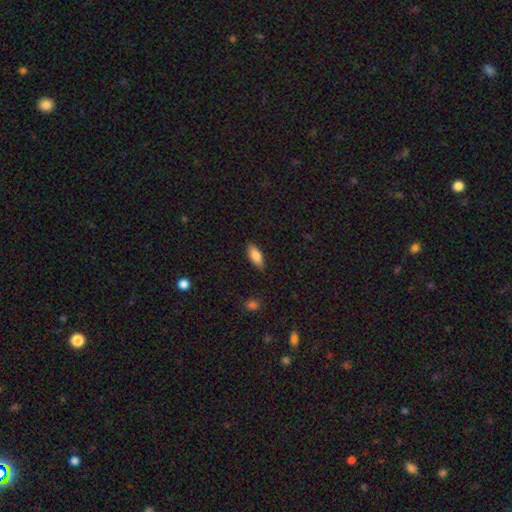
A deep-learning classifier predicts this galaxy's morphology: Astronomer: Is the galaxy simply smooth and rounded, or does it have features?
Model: smooth — 81%.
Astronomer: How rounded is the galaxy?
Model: in between — 76%.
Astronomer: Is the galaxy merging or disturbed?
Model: none — 85%.